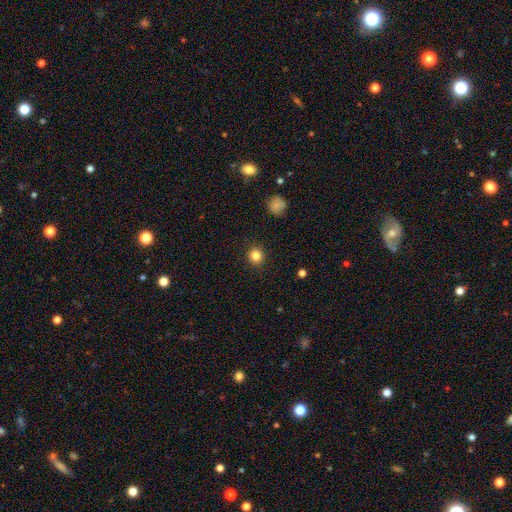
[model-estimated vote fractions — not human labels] Q: Smooth or featured?
A: smooth (84%); runner-up: star or artifact (11%)
Q: How rounded?
A: round (93%); runner-up: in between (6%)
Q: Merging?
A: none (91%); runner-up: minor disturbance (6%)